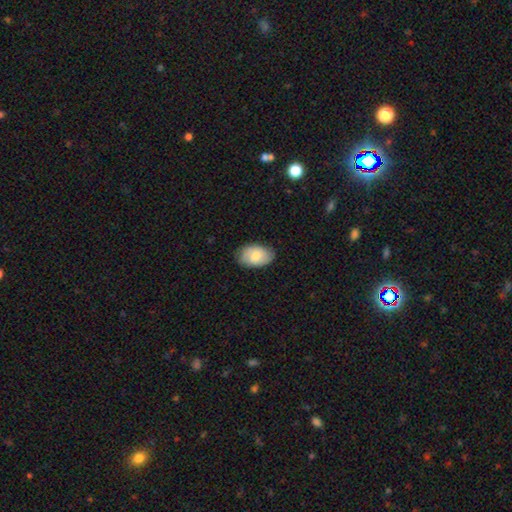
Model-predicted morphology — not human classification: Q: Smooth or featured?
A: smooth (79%); runner-up: featured or disk (15%)
Q: How rounded?
A: in between (91%); runner-up: round (7%)
Q: Merging?
A: none (82%); runner-up: minor disturbance (15%)